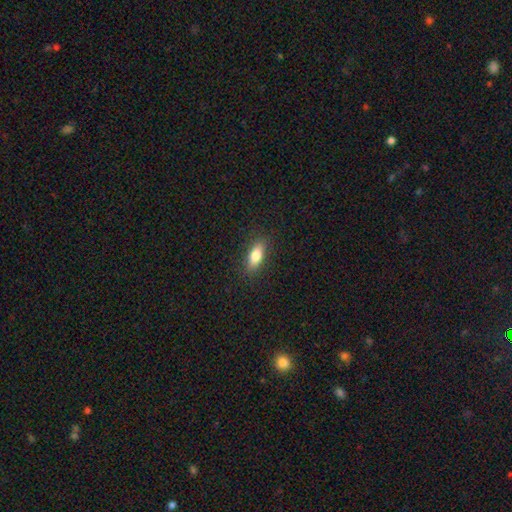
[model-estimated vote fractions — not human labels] Smooth or featured? smooth (78%)
How rounded? in between (70%)
Merging? none (87%)